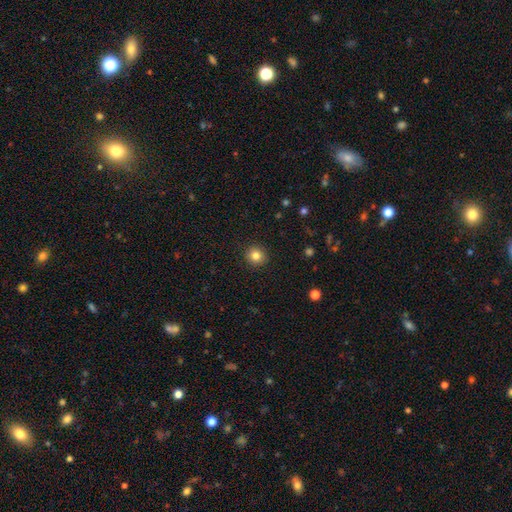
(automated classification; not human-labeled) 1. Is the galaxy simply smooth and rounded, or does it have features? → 83% smooth, 11% star or artifact, 6% featured or disk.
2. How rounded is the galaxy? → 92% round, 8% in between, 1% cigar-shaped.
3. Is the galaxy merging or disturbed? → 92% none, 5% minor disturbance, 2% major disturbance, 1% merger.